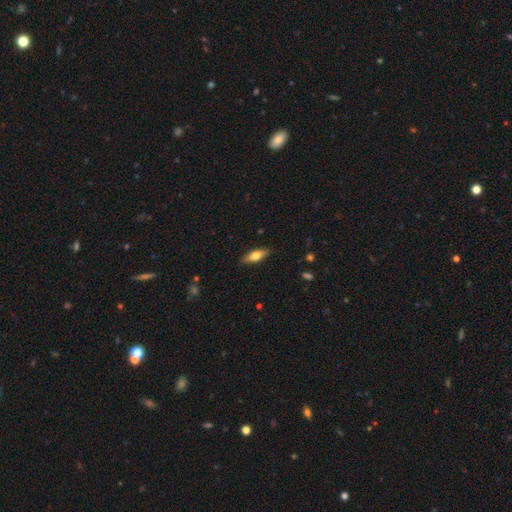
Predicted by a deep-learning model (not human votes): Smooth or featured: smooth — 56% (featured or disk — 38%)
How rounded: in between — 52% (cigar-shaped — 46%)
Merging: none — 87% (minor disturbance — 10%)